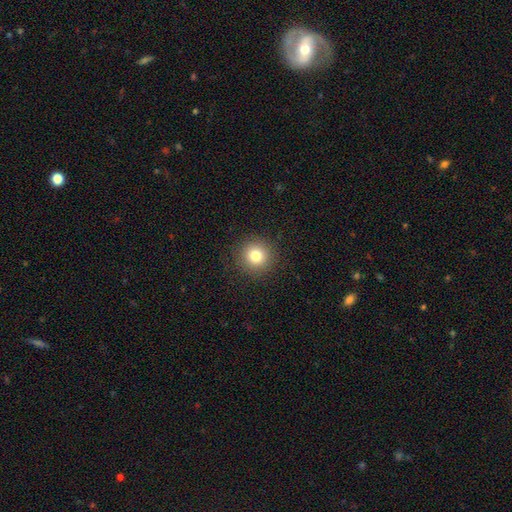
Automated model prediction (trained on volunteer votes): Overall: smooth (80%). How rounded: round (95%). Merging: none (92%).